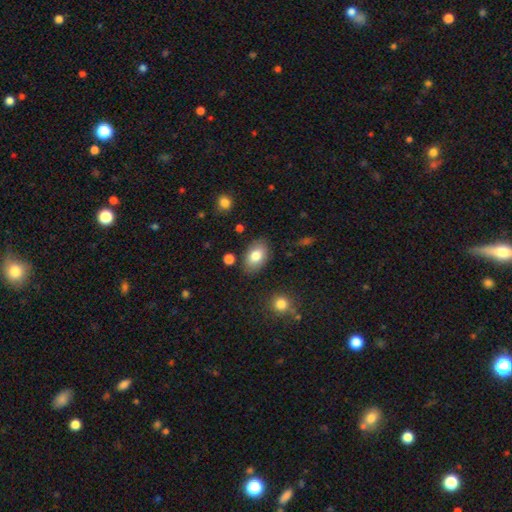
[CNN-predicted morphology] This is clearly a smooth galaxy (80%). How rounded: clearly in between (90%). Merging: clearly none (83%).